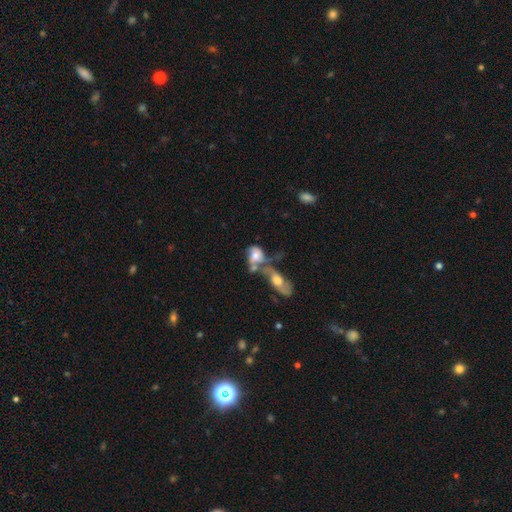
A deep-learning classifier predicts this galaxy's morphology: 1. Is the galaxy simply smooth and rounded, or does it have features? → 50% smooth, 41% featured or disk, 9% star or artifact.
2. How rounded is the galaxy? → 76% in between, 18% round, 5% cigar-shaped.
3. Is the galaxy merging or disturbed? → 67% merger, 14% none, 10% major disturbance, 8% minor disturbance.